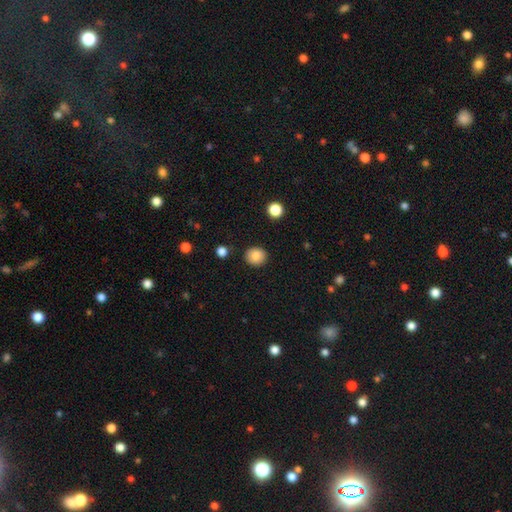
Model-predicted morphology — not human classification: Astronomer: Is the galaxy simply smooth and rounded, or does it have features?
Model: smooth — 84%.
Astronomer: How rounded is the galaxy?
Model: round — 82%.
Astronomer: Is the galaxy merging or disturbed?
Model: none — 89%.